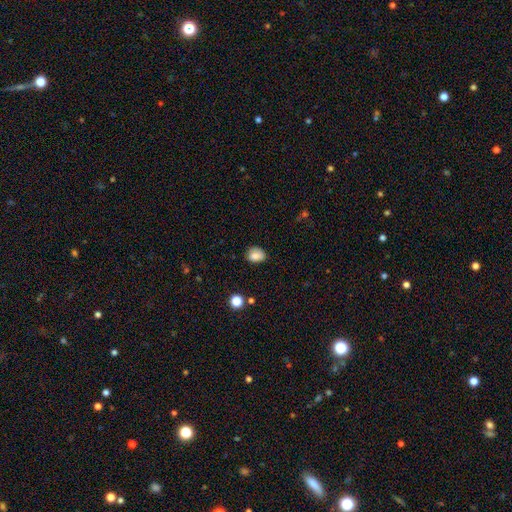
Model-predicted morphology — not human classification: smooth 82%, star or artifact 10%, featured or disk 8%. Down the decision tree: how rounded — in between (60%); merging — none (74%).